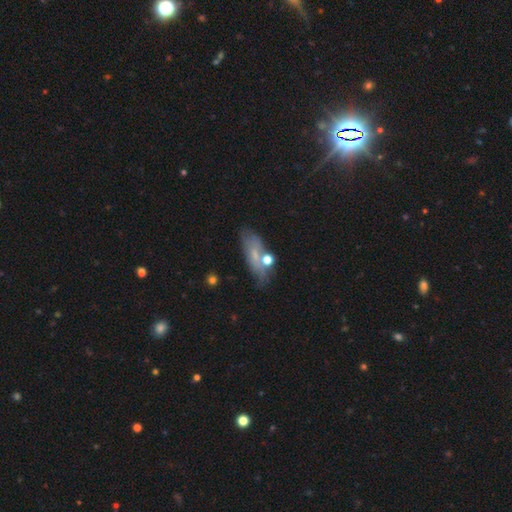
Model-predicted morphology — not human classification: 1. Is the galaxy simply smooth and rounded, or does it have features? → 48% smooth, 37% featured or disk, 15% star or artifact.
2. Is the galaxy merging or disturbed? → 60% none, 21% minor disturbance, 10% merger, 9% major disturbance.